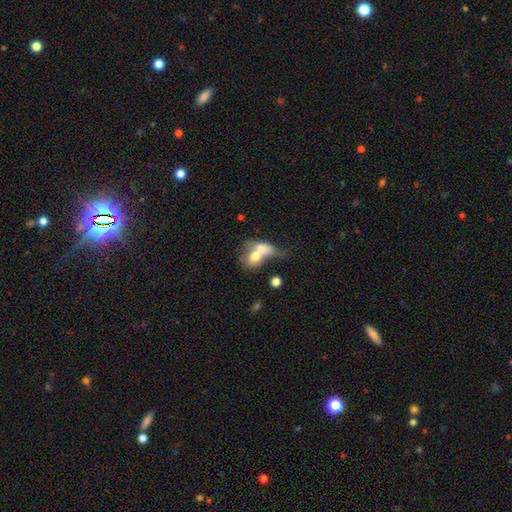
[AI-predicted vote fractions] Smooth or featured? Predicted: smooth (p=0.64). How rounded? Predicted: in between (p=0.65). Merging? Predicted: merger (p=0.74).